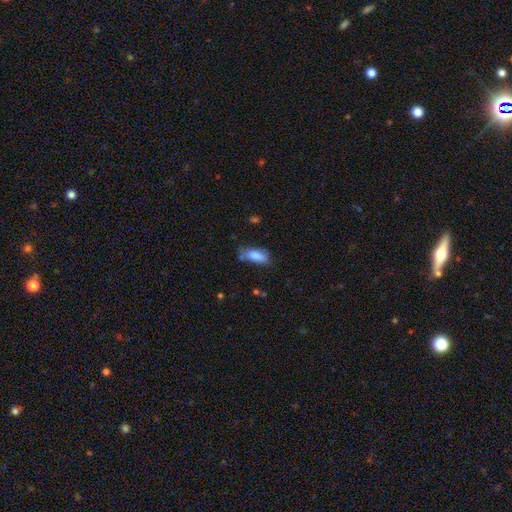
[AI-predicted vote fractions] Smooth or featured? smooth (81%)
How rounded? in between (76%)
Merging? none (54%)